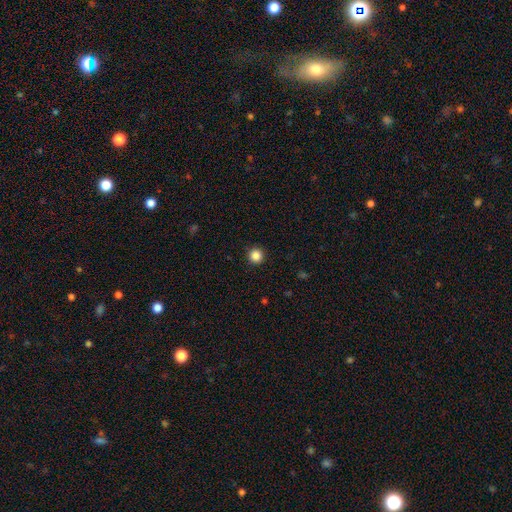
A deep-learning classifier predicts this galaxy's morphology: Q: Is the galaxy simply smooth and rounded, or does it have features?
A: smooth — 86%.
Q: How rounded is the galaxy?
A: round — 96%.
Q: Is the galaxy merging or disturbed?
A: none — 93%.